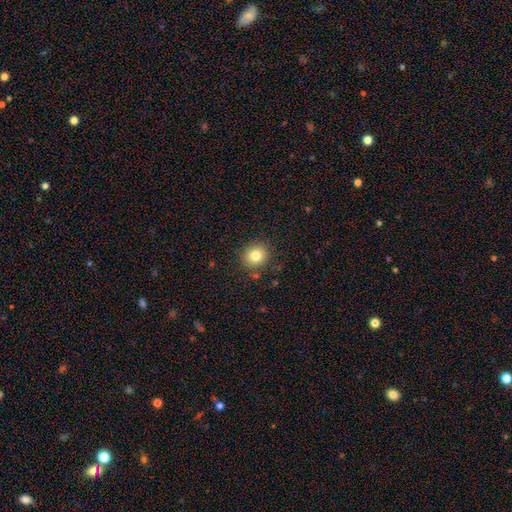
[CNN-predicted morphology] smooth_or_featured: smooth (p=0.80) [alt: star or artifact p=0.11]
how_rounded: round (p=0.82) [alt: in between p=0.17]
merging: none (p=0.86) [alt: minor disturbance p=0.09]